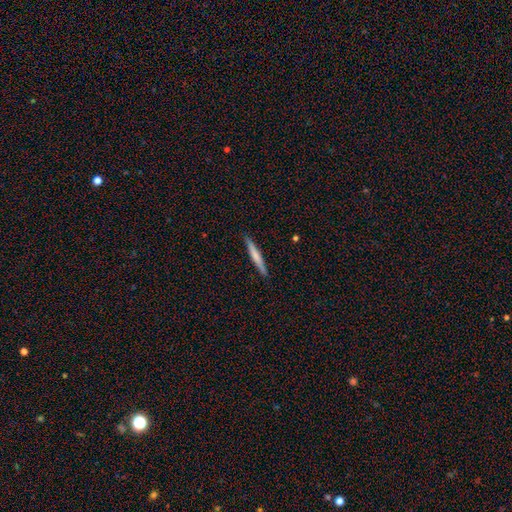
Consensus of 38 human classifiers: smooth_or_featured: smooth (p=0.50) [alt: featured or disk p=0.45]
how_rounded: cigar-shaped (p=1.00)
merging: none (p=0.97) [alt: minor disturbance p=0.03]